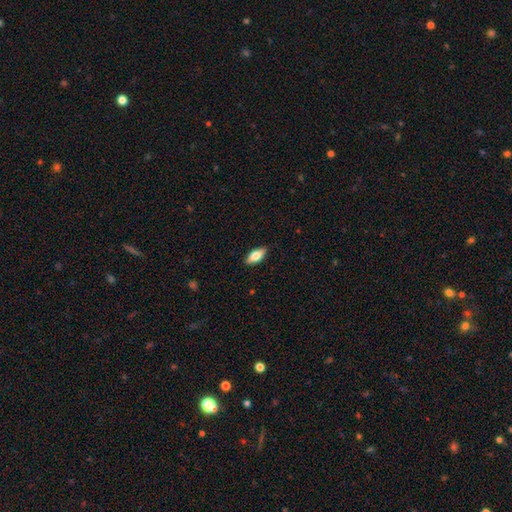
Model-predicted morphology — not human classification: type=smooth (67%); roundness=in between (82%); merging=none (89%).